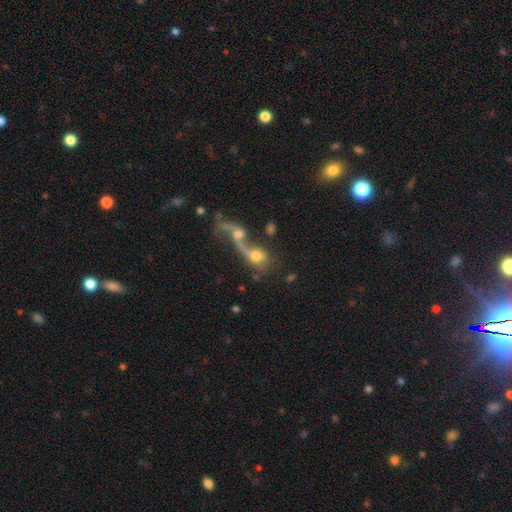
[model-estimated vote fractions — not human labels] Smooth or featured? Predicted: smooth (p=0.47). Merging? Predicted: merger (p=0.65).